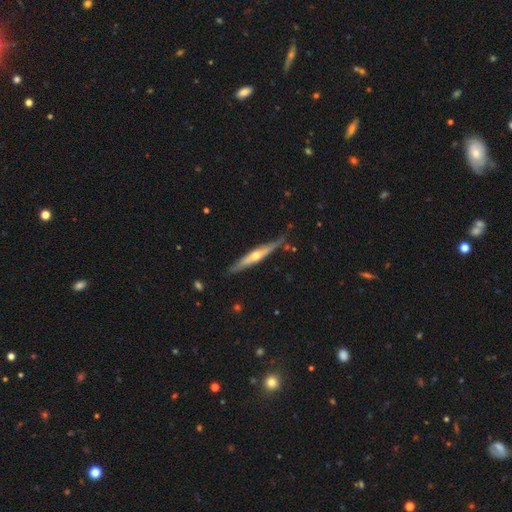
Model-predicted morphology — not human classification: Smooth or featured? featured or disk (71%)
Edge-on disk? yes (95%)
Edge-on bulge? rounded (86%)
Merging? none (82%)